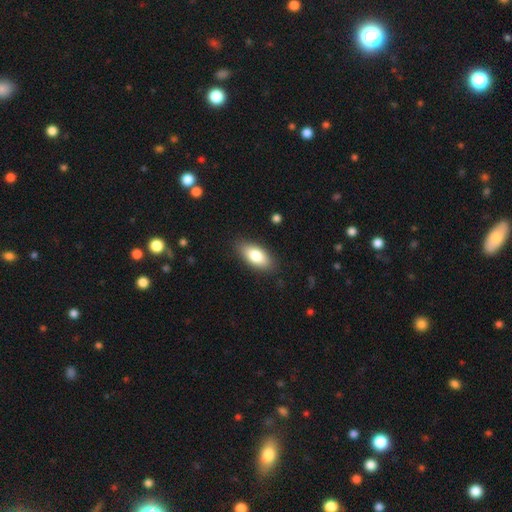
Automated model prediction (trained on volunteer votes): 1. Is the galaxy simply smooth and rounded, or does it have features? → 79% smooth, 15% featured or disk, 6% star or artifact.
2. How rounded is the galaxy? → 88% in between, 9% cigar-shaped, 3% round.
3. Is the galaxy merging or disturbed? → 86% none, 10% minor disturbance, 2% major disturbance, 1% merger.